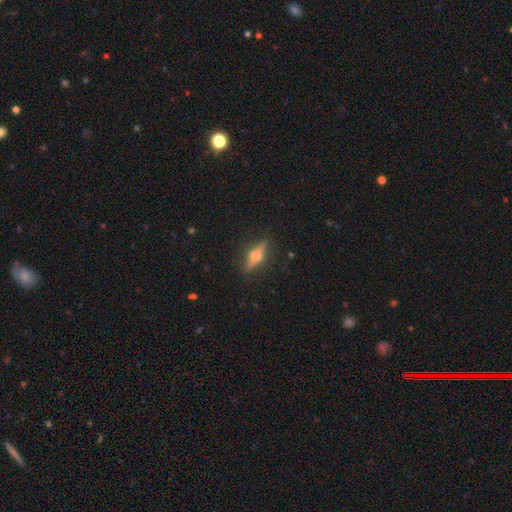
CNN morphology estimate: A featured or disk galaxy (70%) viewed edge-on (96%) with a rounded central bulge (94%).

Vote fractions:
- Smooth or featured? featured or disk: 70% / smooth: 22% / star or artifact: 8%
- Edge-on disk? yes: 96% / no: 4%
- Edge-on bulge? rounded: 94% / boxy: 4% / none: 2%
- Merging? none: 88% / minor disturbance: 9% / major disturbance: 2% / merger: 1%